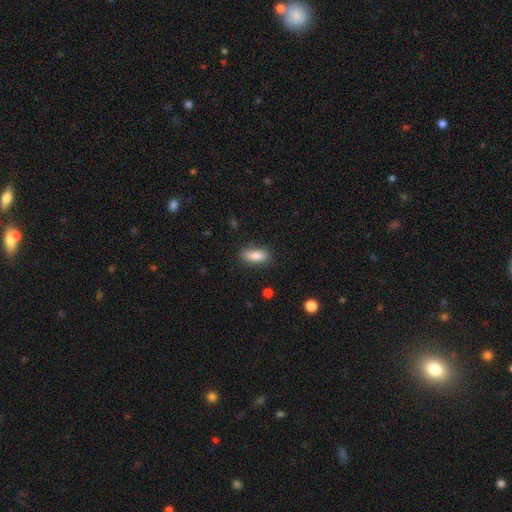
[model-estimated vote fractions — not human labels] Smooth or featured: smooth — 82% (featured or disk — 11%)
How rounded: in between — 76% (cigar-shaped — 21%)
Merging: none — 83% (minor disturbance — 13%)